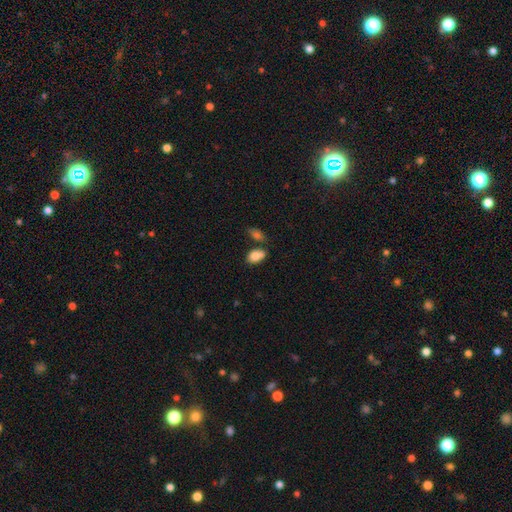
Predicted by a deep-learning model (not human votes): The model was most divided on "merging": none: 51%, merger: 28%, minor disturbance: 16%, major disturbance: 5%. More confident: how rounded — in between (87%); smooth or featured — smooth (81%).